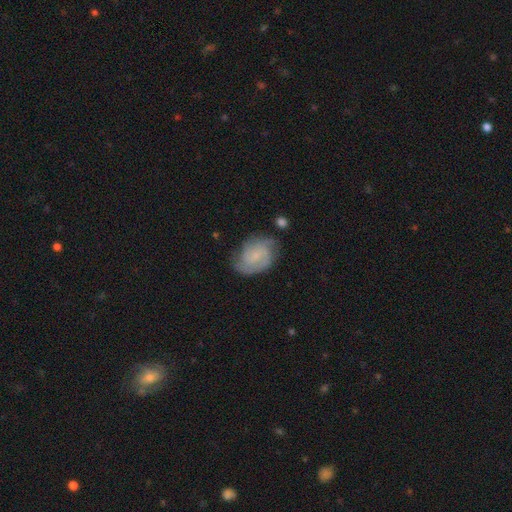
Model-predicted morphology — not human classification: Smooth or featured?
  - featured or disk: 67% *
  - smooth: 26%
  - star or artifact: 7%
Edge-on disk?
  - no: 98% *
  - yes: 2%
Bar?
  - no: 53% *
  - weak: 41%
  - strong: 6%
Spiral arms?
  - yes: 93% *
  - no: 7%
Spiral winding?
  - tight: 45% *
  - medium: 42%
  - loose: 13%
Spiral arm count?
  - 2: 48% *
  - can't tell: 22%
  - 3: 18%
  - 1: 5%
  - 4: 4%
  - more than 4: 3%
Bulge size?
  - small: 52% *
  - none: 29%
  - moderate: 16%
  - large: 2%
  - dominant: 1%
Merging?
  - none: 67% *
  - minor disturbance: 22%
  - major disturbance: 8%
  - merger: 3%